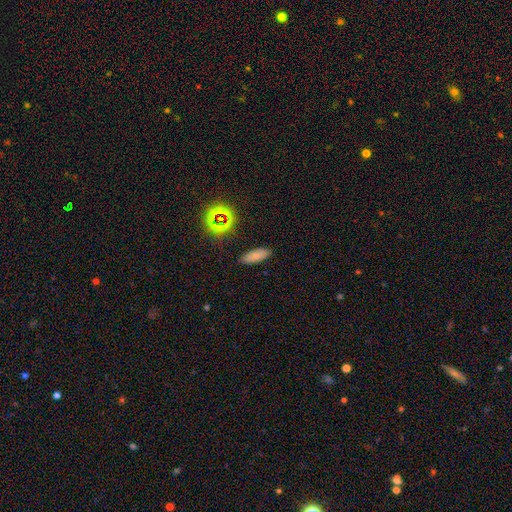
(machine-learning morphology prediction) smooth_or_featured: smooth (p=0.75) [alt: star or artifact p=0.15]
how_rounded: in between (p=0.74) [alt: cigar-shaped p=0.23]
merging: none (p=0.85) [alt: minor disturbance p=0.10]